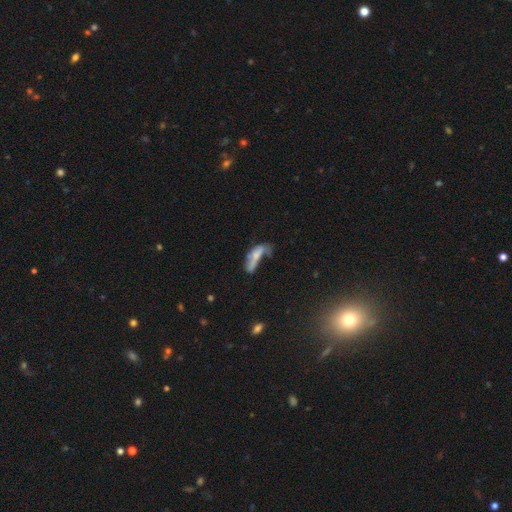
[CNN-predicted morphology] Overall: smooth (51%; featured or disk 38%). How rounded: in between (51%; cigar-shaped 46%). Merging: major disturbance (36%; merger 22%).